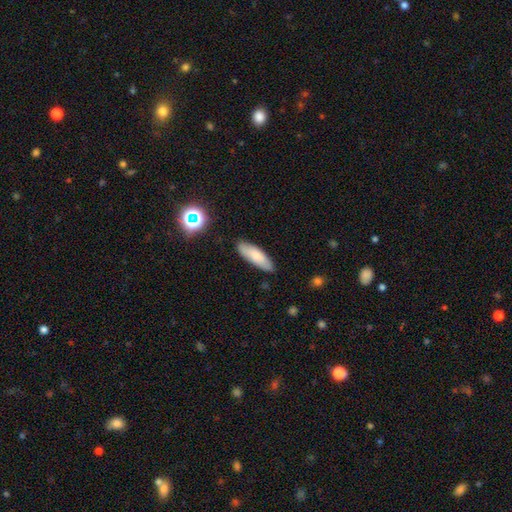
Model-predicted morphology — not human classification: This appears to be a smooth galaxy with no disk features (80%) that is in between round and cigar-shaped (56%). Merging: none (84%).